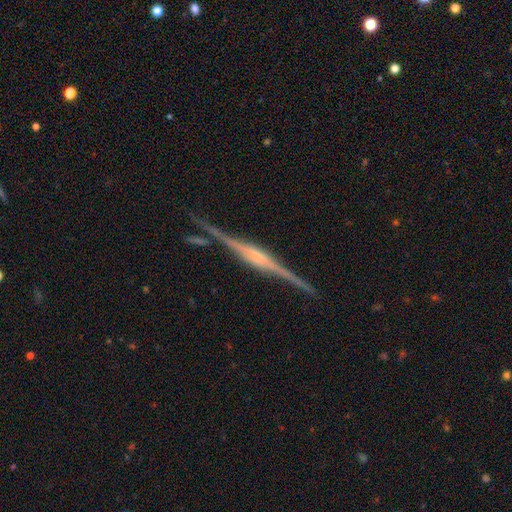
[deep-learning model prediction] This is clearly a featured or disk galaxy (87%). It is clearly viewed edge-on (98%). Edge-on bulge: possibly rounded (56%). Merging: clearly none (86%).